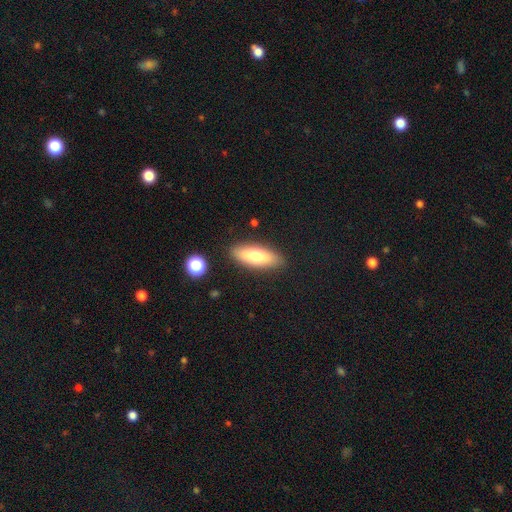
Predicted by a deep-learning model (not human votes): Smooth or featured? smooth (72%)
How rounded? in between (64%)
Merging? none (86%)